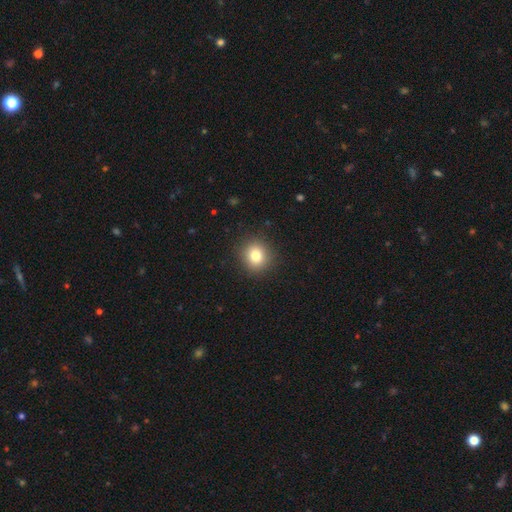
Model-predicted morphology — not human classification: Smooth or featured? Predicted: smooth (p=0.81). How rounded? Predicted: round (p=0.86). Merging? Predicted: none (p=0.90).